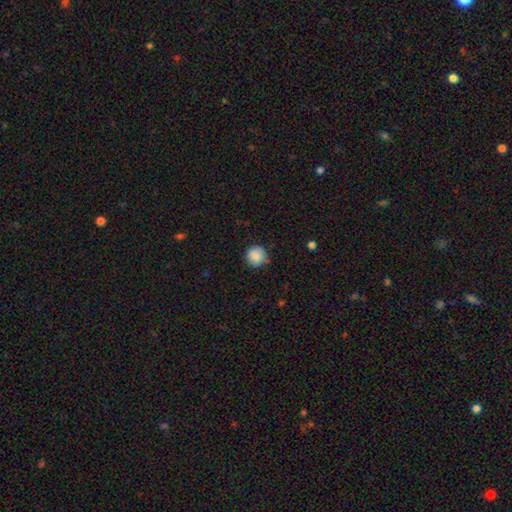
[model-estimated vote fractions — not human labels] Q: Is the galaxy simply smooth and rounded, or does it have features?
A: smooth — 87%.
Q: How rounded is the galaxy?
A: round — 91%.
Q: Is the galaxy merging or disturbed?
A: none — 79%.